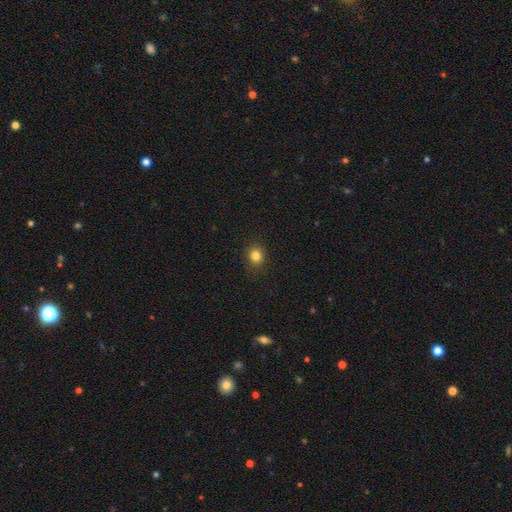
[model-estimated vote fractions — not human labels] Overall: smooth (83%). How rounded: round (74%). Merging: none (89%).